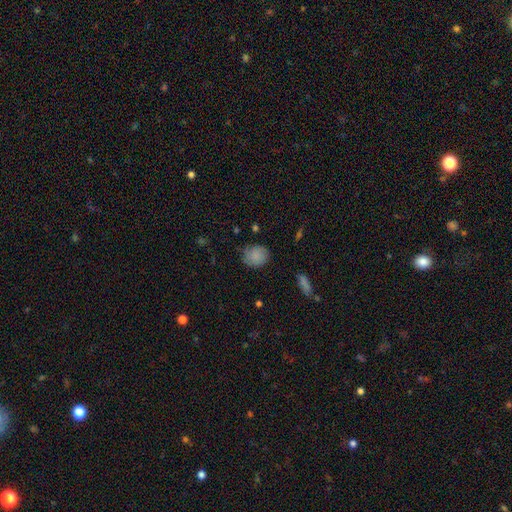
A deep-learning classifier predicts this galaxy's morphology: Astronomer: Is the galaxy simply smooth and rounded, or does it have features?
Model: smooth — 81%.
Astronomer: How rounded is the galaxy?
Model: round — 70%.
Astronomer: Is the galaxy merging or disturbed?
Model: none — 69%.